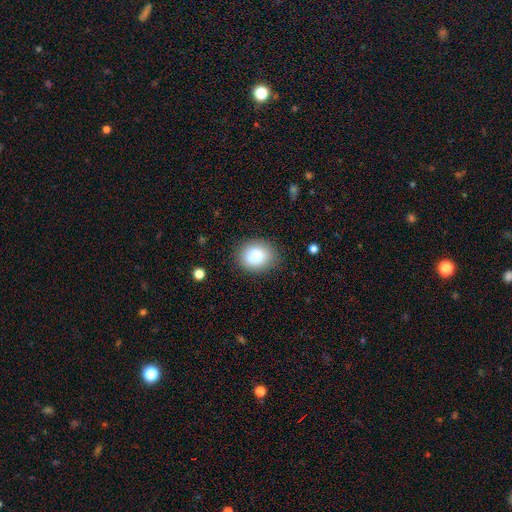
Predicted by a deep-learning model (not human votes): A smooth galaxy with no disk features (82%) that is round (55%).

Vote fractions:
- Smooth or featured? smooth: 82% / star or artifact: 9% / featured or disk: 9%
- How rounded? round: 55% / in between: 44% / cigar-shaped: 1%
- Merging? none: 84% / minor disturbance: 12% / major disturbance: 3% / merger: 1%